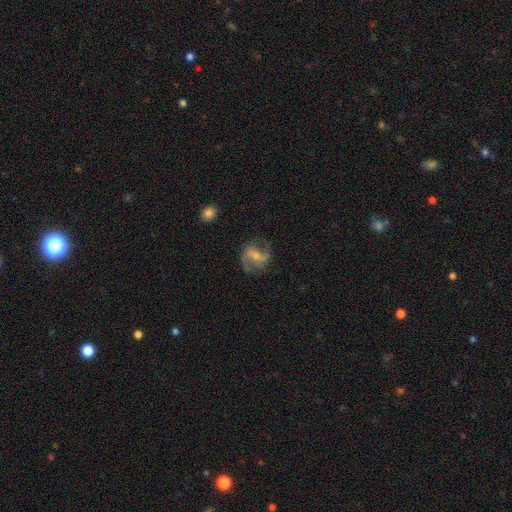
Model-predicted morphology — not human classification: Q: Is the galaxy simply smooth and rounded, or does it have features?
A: featured or disk — 77%.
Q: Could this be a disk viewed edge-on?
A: no — 97%.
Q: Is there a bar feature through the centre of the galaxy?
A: weak — 43%.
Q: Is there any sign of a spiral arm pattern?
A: yes — 91%.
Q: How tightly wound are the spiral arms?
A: loose — 45%.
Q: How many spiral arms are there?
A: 2 — 85%.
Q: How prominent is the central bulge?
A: small — 51%.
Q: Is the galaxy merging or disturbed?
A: none — 69%.